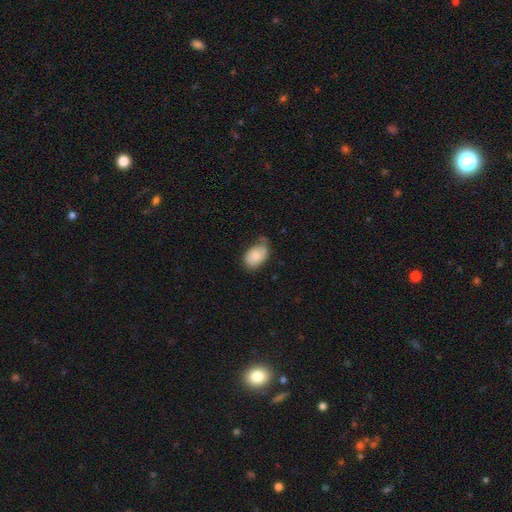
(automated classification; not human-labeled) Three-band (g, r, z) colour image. It shows a smooth galaxy with no disk features (76%) that is in between round and cigar-shaped (86%). Merging: none (54%).